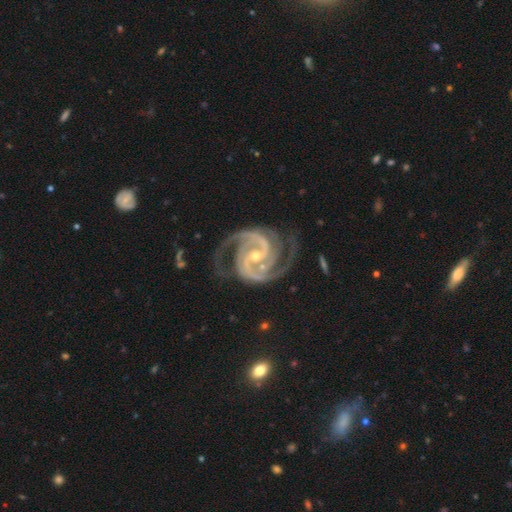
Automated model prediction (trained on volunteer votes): This appears to be a featured or disk galaxy (94%) with a weak bar (39%), 2 (66%) medium (50%) spiral arms (99%) and a small central bulge (60%). Merging: none (72%).